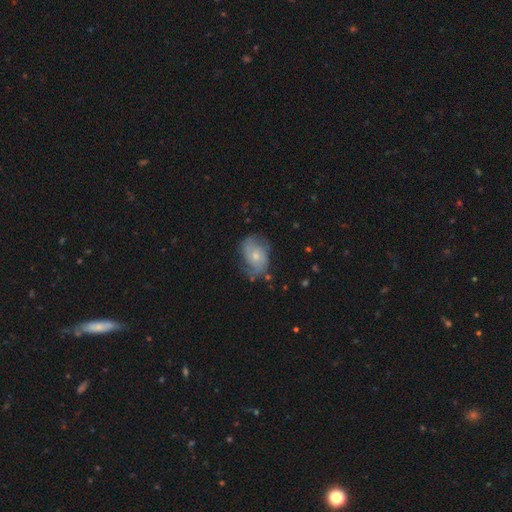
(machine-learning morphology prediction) smooth-or-featured: featured or disk: 55% | smooth: 37% | star or artifact: 7%
  disk-edge-on: no: 96% | yes: 4%
    bar: no: 75% | weak: 22% | strong: 4%
    has-spiral-arms: yes: 78% | no: 22%
    bulge-size: small: 57% | moderate: 37% | none: 3% | large: 2% | dominant: 1%
  merging: none: 55% | minor disturbance: 29% | major disturbance: 14% | merger: 2%